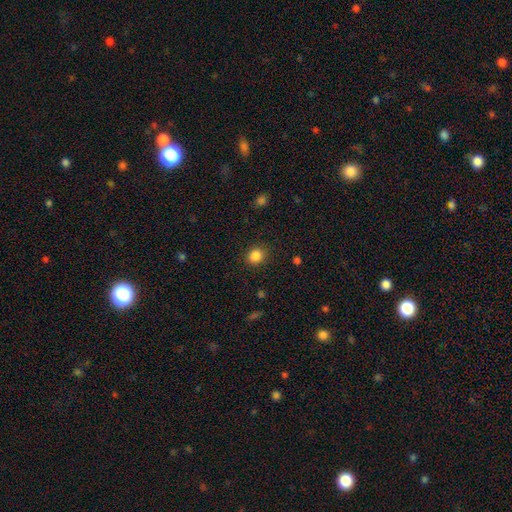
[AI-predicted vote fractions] This appears to be a smooth galaxy with no disk features (85%) that is round (78%). Merging: none (88%).